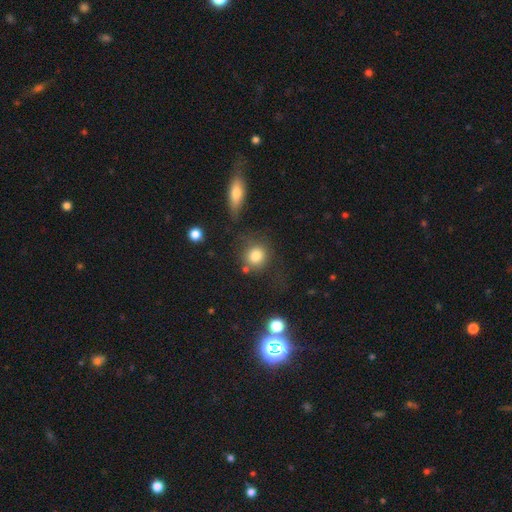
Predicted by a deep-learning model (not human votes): smooth_or_featured: smooth (p=0.82) [alt: star or artifact p=0.10]
how_rounded: round (p=0.82) [alt: in between p=0.16]
merging: none (p=0.65) [alt: minor disturbance p=0.16]